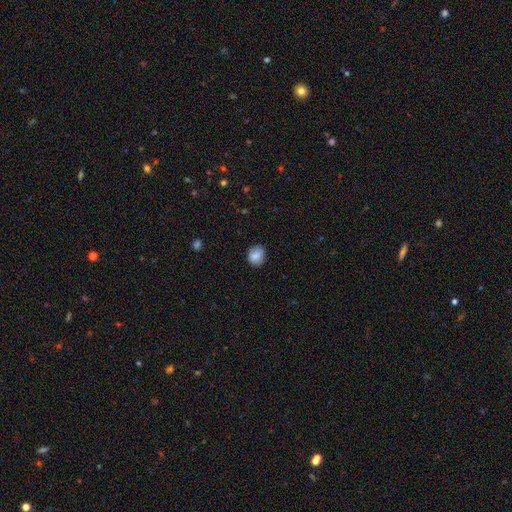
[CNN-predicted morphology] This appears to be a smooth galaxy with no disk features (83%) that is round (64%). Merging: none (82%).